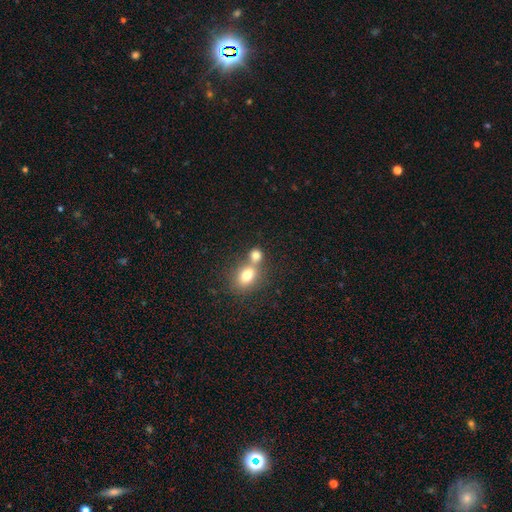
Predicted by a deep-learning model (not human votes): Smooth or featured? smooth (78%)
How rounded? round (61%)
Merging? merger (53%)